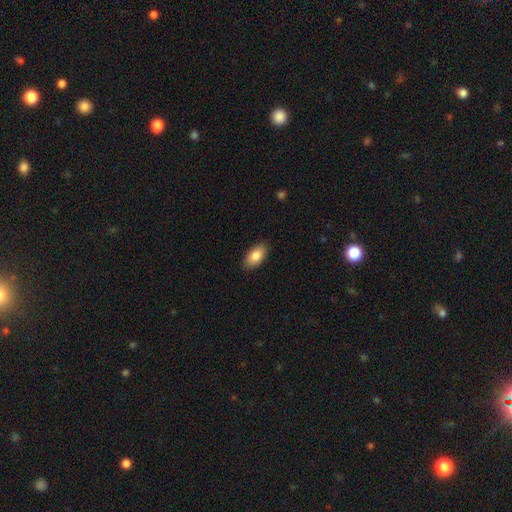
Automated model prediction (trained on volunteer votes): Smooth or featured: smooth — 84% (featured or disk — 10%)
How rounded: in between — 93% (cigar-shaped — 4%)
Merging: none — 88% (minor disturbance — 10%)